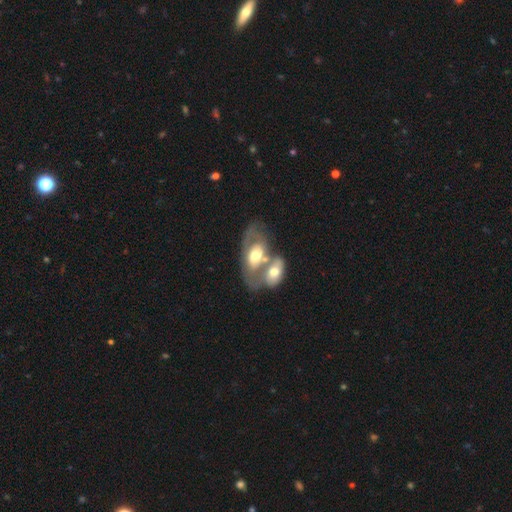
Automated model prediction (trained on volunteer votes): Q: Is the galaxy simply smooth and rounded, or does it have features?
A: featured or disk — 55%.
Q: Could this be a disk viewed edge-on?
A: no — 91%.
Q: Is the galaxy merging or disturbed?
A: merger — 65%.